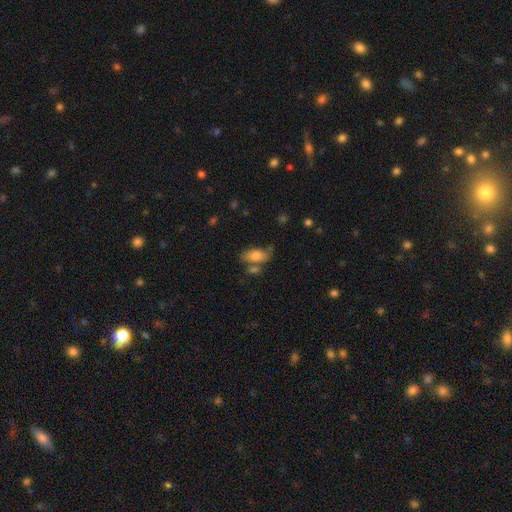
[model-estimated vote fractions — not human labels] Overall: smooth (78%). How rounded: in between (88%). Merging: none (50%; merger 21%).